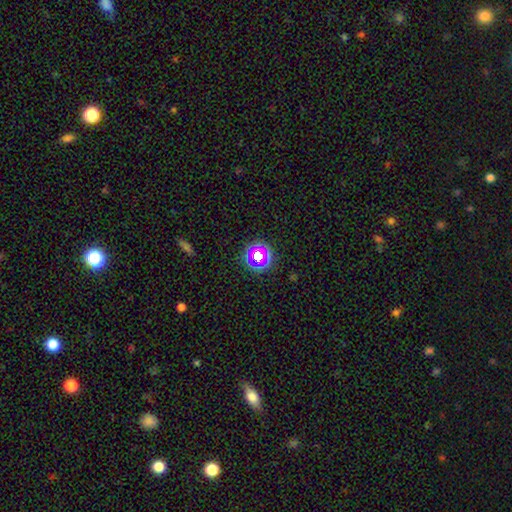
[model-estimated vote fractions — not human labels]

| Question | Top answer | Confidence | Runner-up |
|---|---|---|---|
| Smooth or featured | star or artifact | 48% | smooth (38%) |